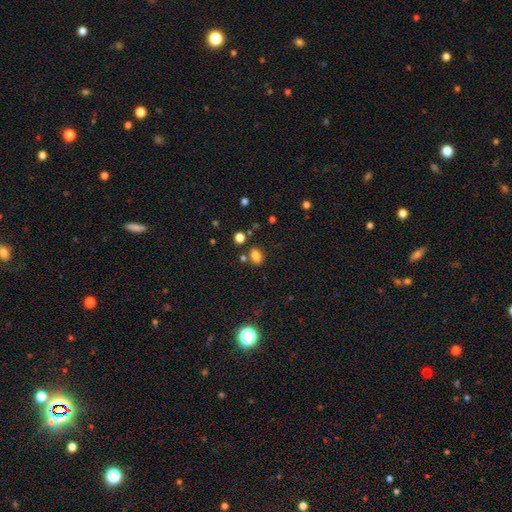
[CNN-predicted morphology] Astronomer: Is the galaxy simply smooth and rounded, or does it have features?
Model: smooth — 81%.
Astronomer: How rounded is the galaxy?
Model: in between — 75%.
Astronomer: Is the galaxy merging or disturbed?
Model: none — 75%.